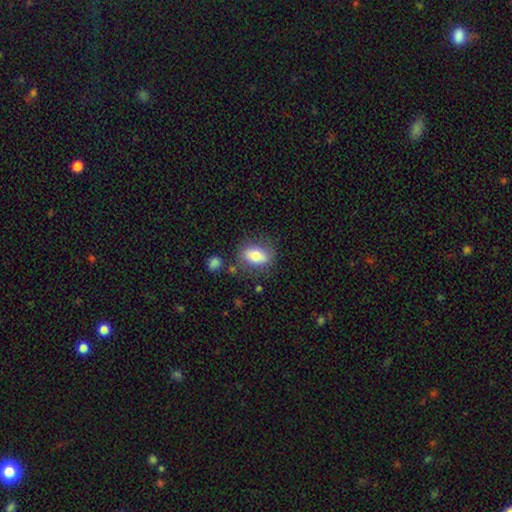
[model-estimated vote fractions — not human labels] Smooth or featured? smooth (73%)
How rounded? in between (80%)
Merging? none (76%)